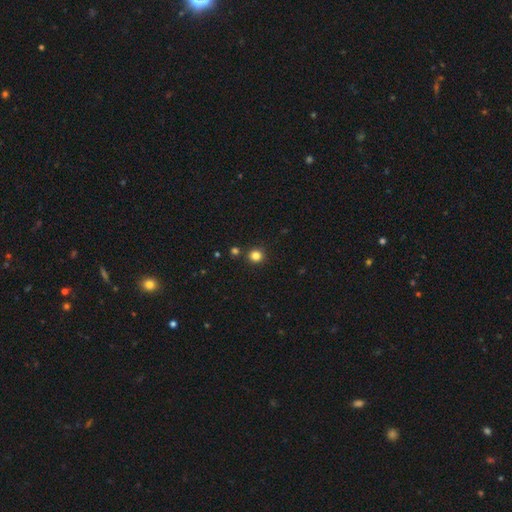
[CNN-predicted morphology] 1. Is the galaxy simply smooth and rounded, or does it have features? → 82% smooth, 14% star or artifact, 4% featured or disk.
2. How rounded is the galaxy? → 92% round, 7% in between, 1% cigar-shaped.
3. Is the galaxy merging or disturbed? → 89% none, 6% minor disturbance, 4% merger, 2% major disturbance.